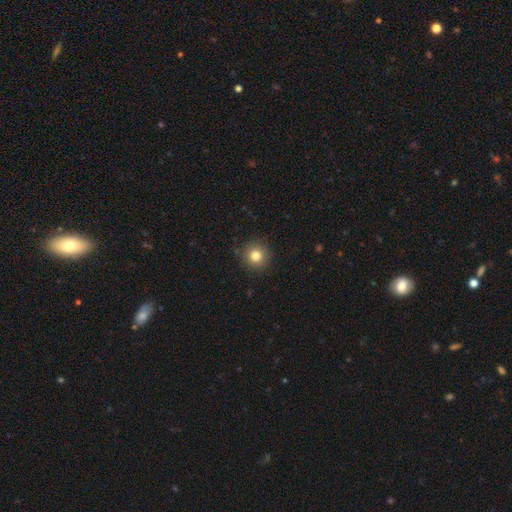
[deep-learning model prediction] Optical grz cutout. It shows a smooth galaxy with no disk features (82%) that is round (94%). Merging: none (90%).